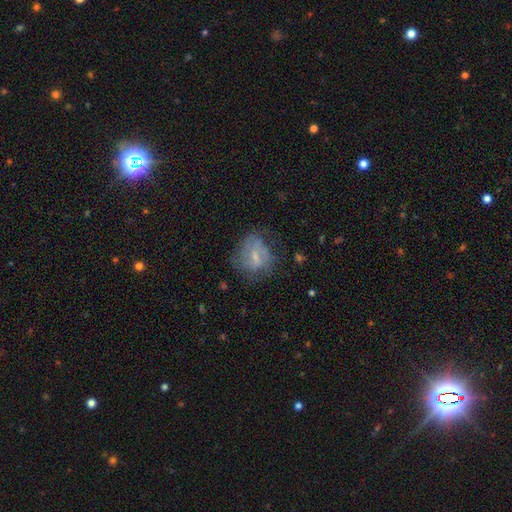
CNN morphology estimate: The model was most divided on "smooth or featured": featured or disk: 54%, smooth: 36%, star or artifact: 10%. Remaining: edge-on disk — no (97%); spiral arms — yes (64%); bar — weak (52%); bulge size — small (51%); merging — none (50%).